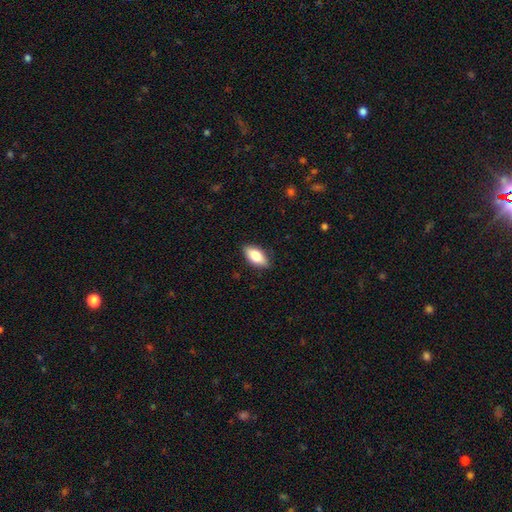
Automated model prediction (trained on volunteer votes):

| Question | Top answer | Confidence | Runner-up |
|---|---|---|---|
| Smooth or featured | smooth | 79% | featured or disk (14%) |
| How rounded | in between | 88% | cigar-shaped (9%) |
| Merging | none | 87% | minor disturbance (10%) |